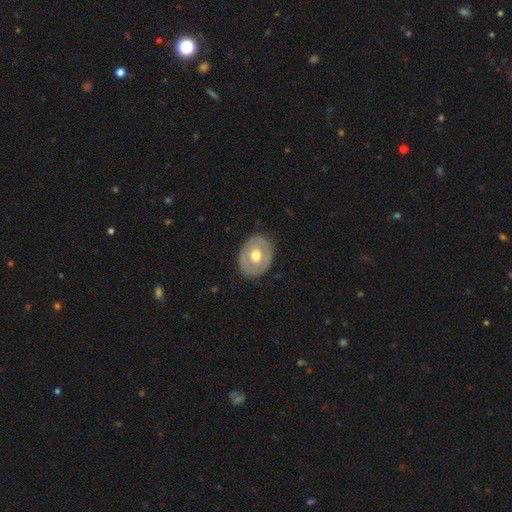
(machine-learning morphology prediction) smooth_or_featured: smooth (p=0.52) [alt: featured or disk p=0.43]
how_rounded: in between (p=0.57) [alt: round p=0.42]
merging: none (p=0.85) [alt: minor disturbance p=0.11]